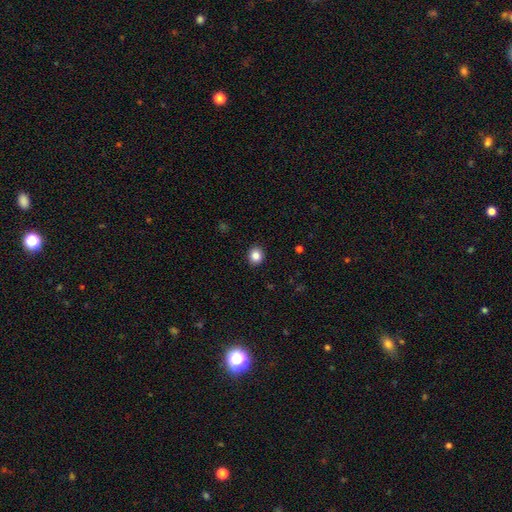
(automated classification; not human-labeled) Smooth or featured? Predicted: smooth (p=0.85). How rounded? Predicted: round (p=0.76). Merging? Predicted: none (p=0.92).